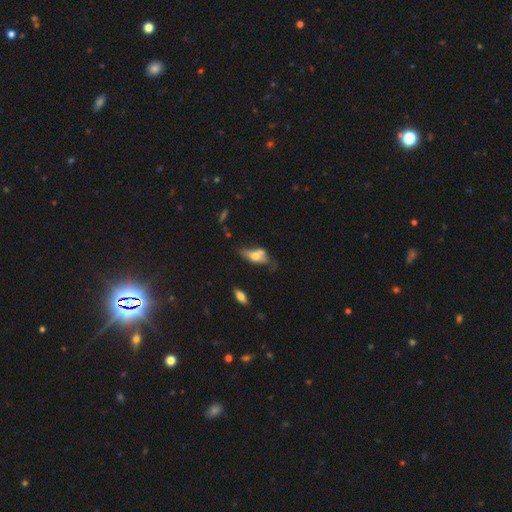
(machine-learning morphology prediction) Q: Smooth or featured?
A: smooth (48%); runner-up: featured or disk (43%)
Q: Merging?
A: none (35%); runner-up: minor disturbance (25%)